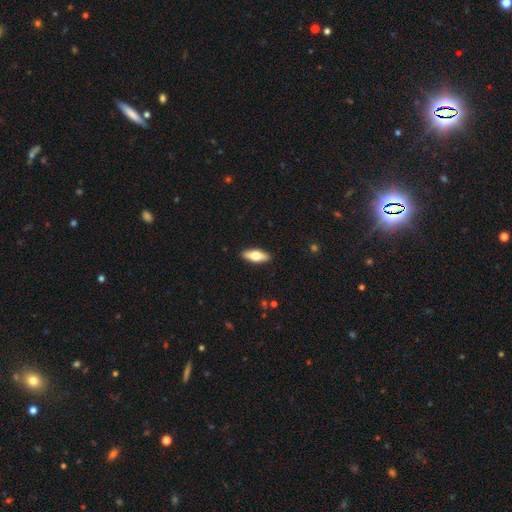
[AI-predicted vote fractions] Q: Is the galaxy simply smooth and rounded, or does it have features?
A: smooth — 62%.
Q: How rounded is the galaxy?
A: in between — 69%.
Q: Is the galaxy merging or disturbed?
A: none — 90%.